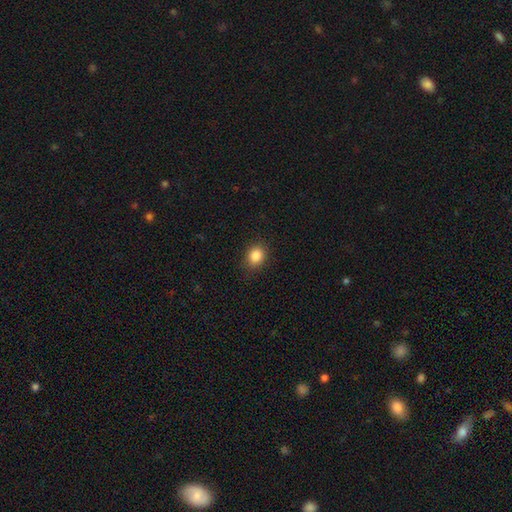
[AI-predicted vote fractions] Morphology: type=smooth (86%); roundness=round (59%); merging=none (86%).